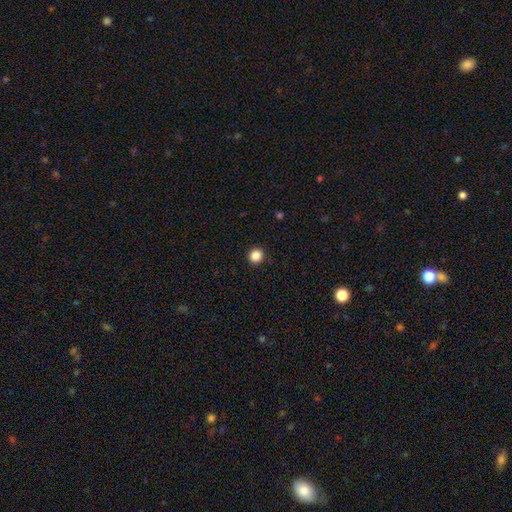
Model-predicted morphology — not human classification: This appears to be a smooth galaxy with no disk features (86%) that is round (92%). Merging: none (92%).